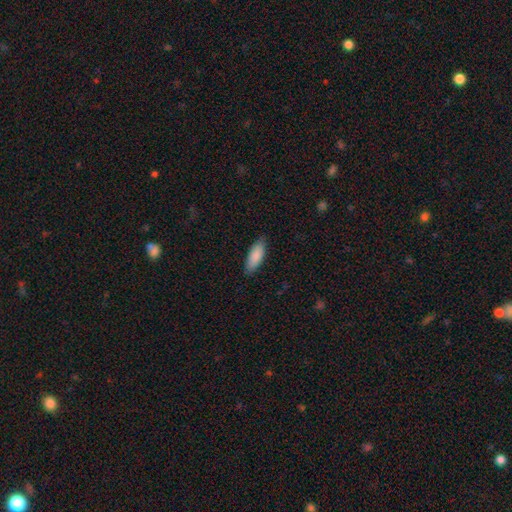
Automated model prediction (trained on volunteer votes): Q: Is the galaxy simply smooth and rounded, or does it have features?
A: smooth — 89%.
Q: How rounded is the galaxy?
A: in between — 73%.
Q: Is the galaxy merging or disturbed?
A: none — 86%.